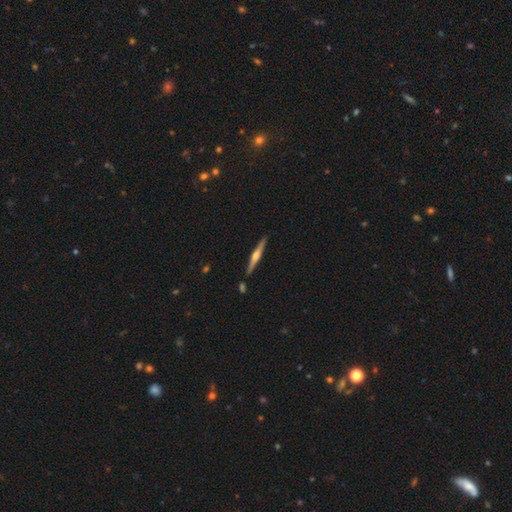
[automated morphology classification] Overall: featured or disk (66%; smooth 28%). Edge-on disk: yes (98%). Edge-on bulge: rounded (81%). Merging: none (89%).